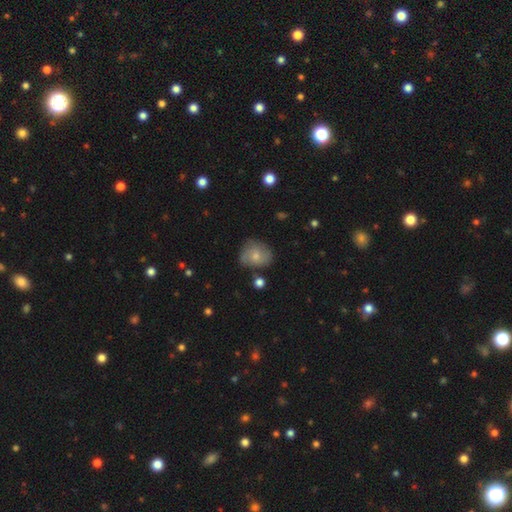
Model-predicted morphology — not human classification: Smooth or featured? Predicted: smooth (p=0.53). How rounded? Predicted: round (p=0.63). Merging? Predicted: none (p=0.62).